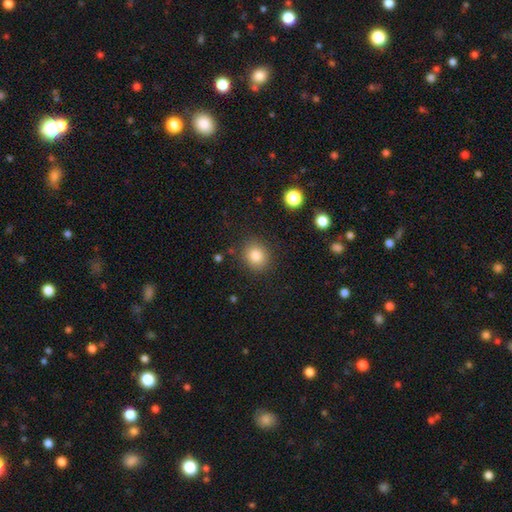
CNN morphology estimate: Q: Smooth or featured?
A: smooth (83%); runner-up: star or artifact (11%)
Q: How rounded?
A: round (79%); runner-up: in between (20%)
Q: Merging?
A: none (86%); runner-up: minor disturbance (9%)